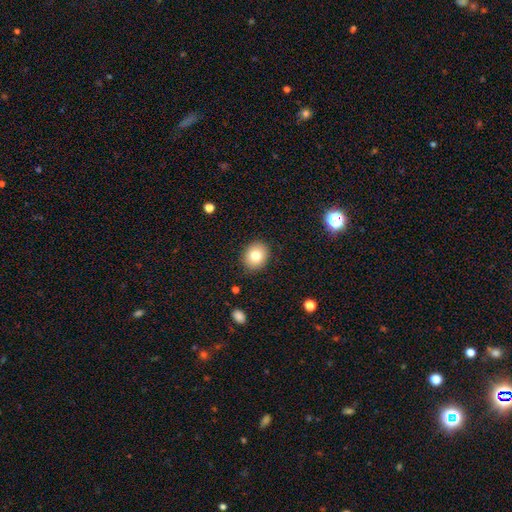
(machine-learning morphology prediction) smooth 79%, featured or disk 11%, star or artifact 10%. Down the decision tree: how rounded — round (61%); merging — none (88%).